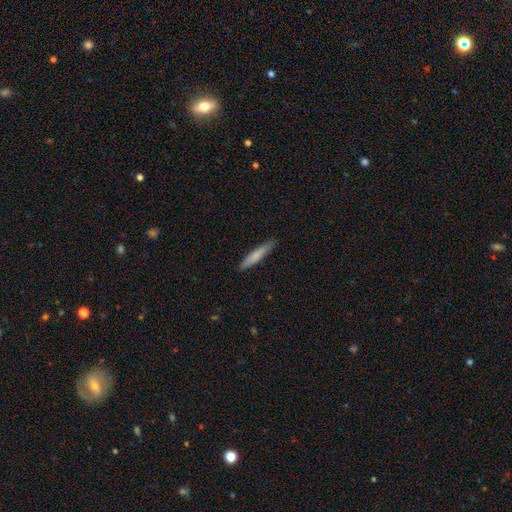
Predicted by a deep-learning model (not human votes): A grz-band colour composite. It shows a smooth galaxy with no disk features (76%) that is cigar-shaped (91%). Merging: none (89%).